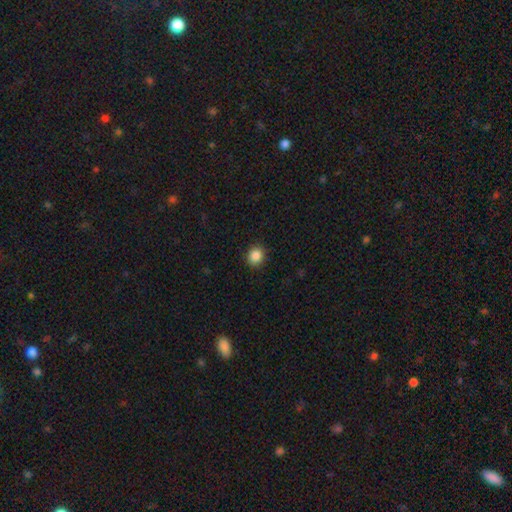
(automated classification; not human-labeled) This is clearly a smooth galaxy (87%). How rounded: clearly round (84%). Merging: clearly none (91%).